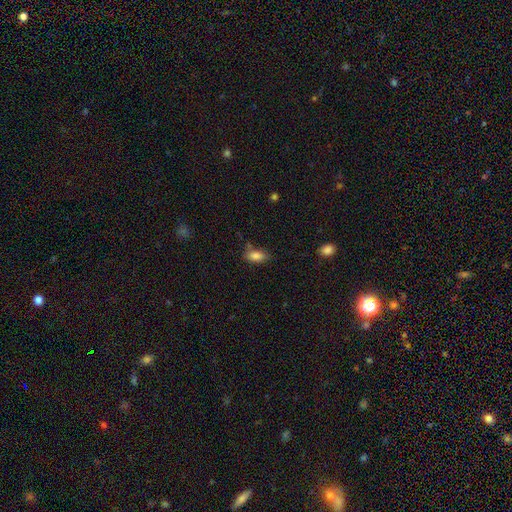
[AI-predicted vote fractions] Smooth or featured? Predicted: smooth (p=0.84). How rounded? Predicted: in between (p=0.88). Merging? Predicted: none (p=0.67).